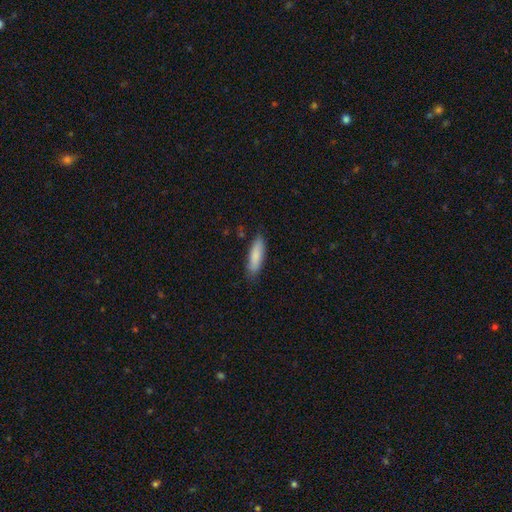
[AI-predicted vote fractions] A smooth galaxy with no disk features (84%) that is cigar-shaped (60%).

Vote fractions:
- Smooth or featured? smooth: 84% / featured or disk: 10% / star or artifact: 6%
- How rounded? cigar-shaped: 60% / in between: 39% / round: 1%
- Merging? none: 82% / minor disturbance: 14% / major disturbance: 2% / merger: 1%